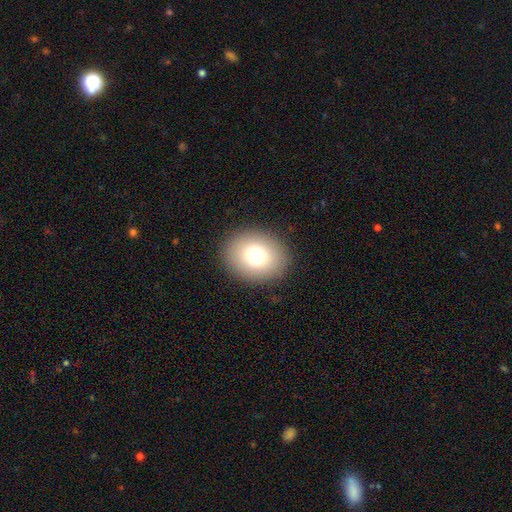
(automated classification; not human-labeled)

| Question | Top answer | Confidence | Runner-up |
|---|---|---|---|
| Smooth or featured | smooth | 75% | star or artifact (13%) |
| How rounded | round | 54% | in between (45%) |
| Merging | none | 88% | minor disturbance (7%) |